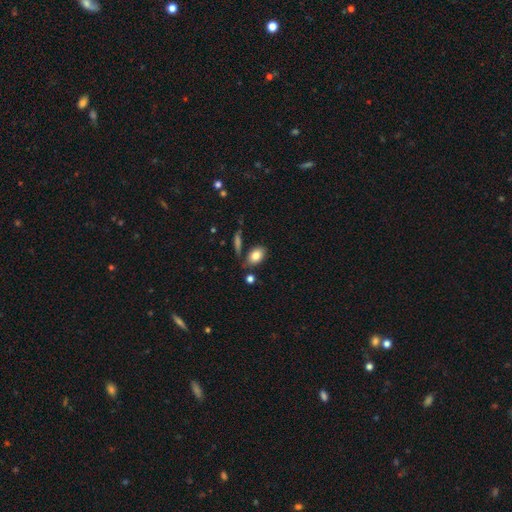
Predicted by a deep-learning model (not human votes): A smooth galaxy with no disk features (82%) that is in between round and cigar-shaped (86%).

Vote fractions:
- Smooth or featured? smooth: 82% / featured or disk: 10% / star or artifact: 8%
- How rounded? in between: 86% / round: 12% / cigar-shaped: 2%
- Merging? none: 73% / minor disturbance: 14% / merger: 8% / major disturbance: 4%